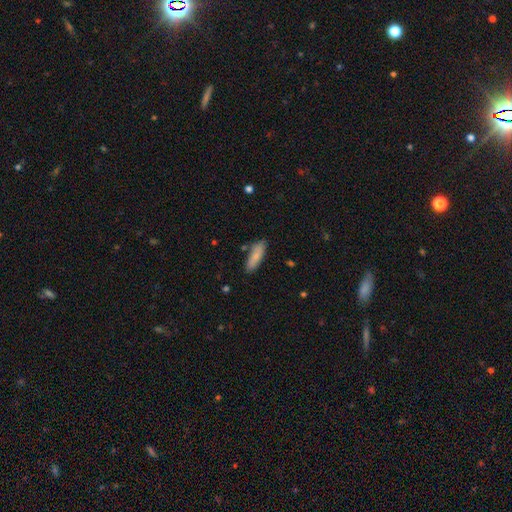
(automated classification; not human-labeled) The model was most divided on "how rounded": in between: 50%, cigar-shaped: 48%, round: 2%. More confident: smooth or featured — smooth (83%); merging — none (80%).